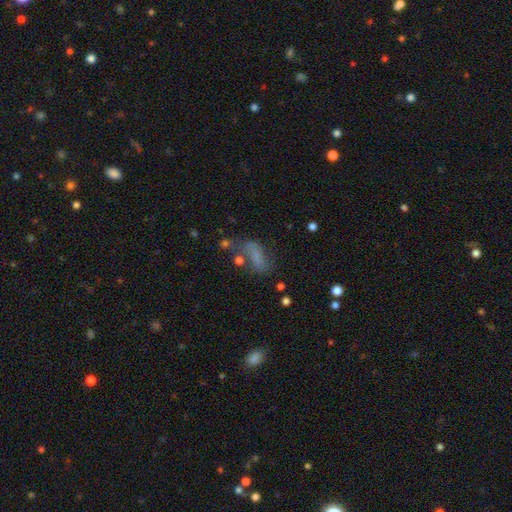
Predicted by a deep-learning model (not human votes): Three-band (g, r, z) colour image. It shows a smooth galaxy with no disk features (57%) that is in between round and cigar-shaped (76%). Merging: none (39%).